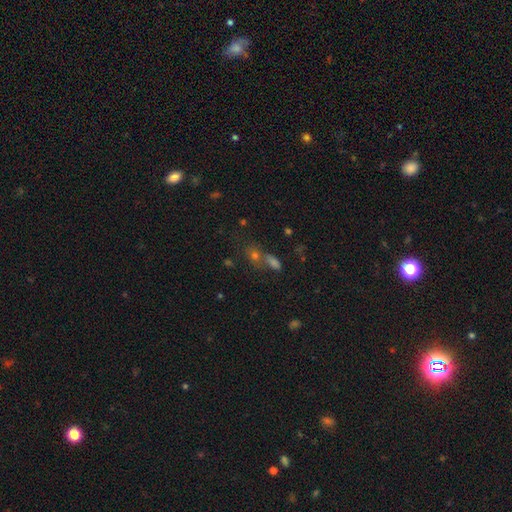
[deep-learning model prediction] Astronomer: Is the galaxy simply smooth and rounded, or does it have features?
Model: smooth — 47% (runner-up: star or artifact, 39%).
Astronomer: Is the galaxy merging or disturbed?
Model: none — 49% (runner-up: merger, 35%).